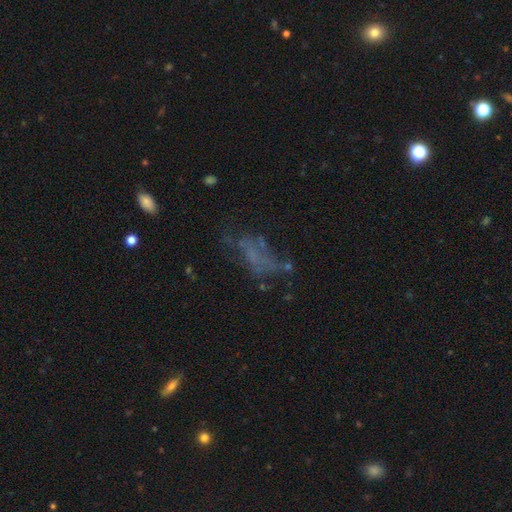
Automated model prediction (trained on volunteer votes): A featured or disk galaxy (43%).

Vote fractions:
- Smooth or featured? featured or disk: 43% / smooth: 32% / star or artifact: 25%
- Merging? none: 40% / major disturbance: 33% / minor disturbance: 19% / merger: 8%